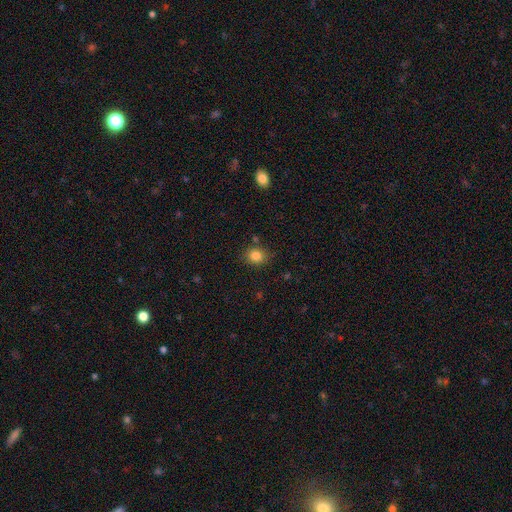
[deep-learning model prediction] The model was most divided on "how rounded": round: 70%, in between: 29%, cigar-shaped: 1%. More confident: smooth or featured — smooth (83%); merging — none (81%).